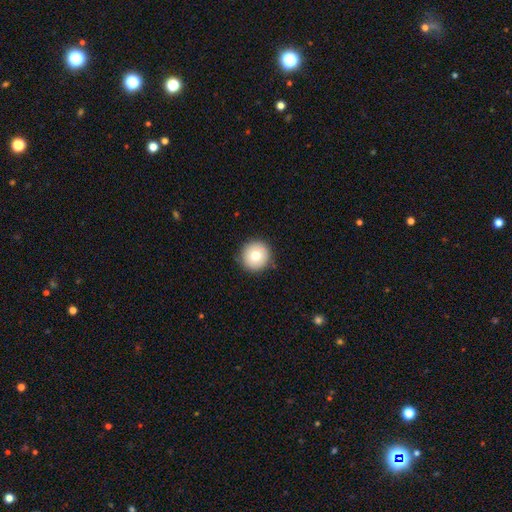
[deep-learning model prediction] Morphology: type=smooth (77%); roundness=round (95%); merging=none (89%).